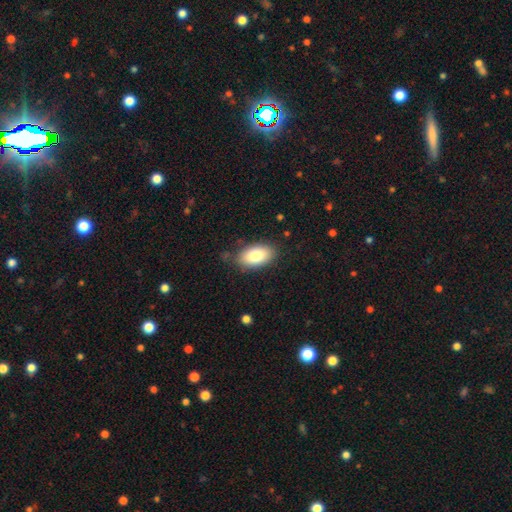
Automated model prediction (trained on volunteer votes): This is clearly a smooth galaxy (81%). How rounded: clearly in between (93%). Merging: clearly none (81%).